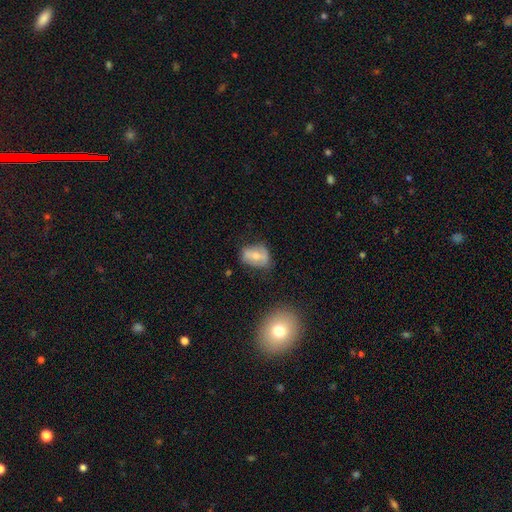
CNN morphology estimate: Smooth or featured: smooth — 48% (featured or disk — 44%)
Merging: none — 58% (minor disturbance — 29%)